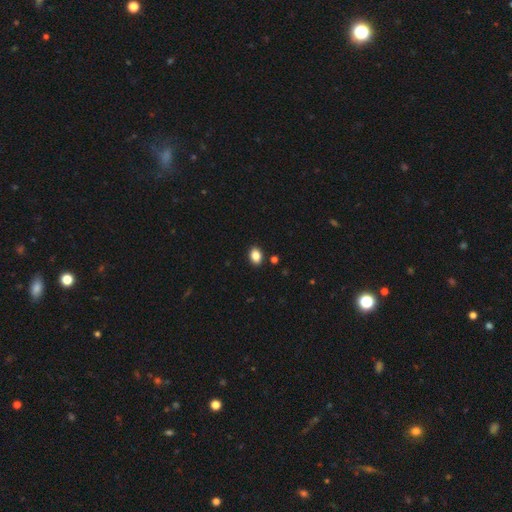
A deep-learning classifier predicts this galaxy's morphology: Smooth or featured?
  - smooth: 86% *
  - star or artifact: 9%
  - featured or disk: 5%
How rounded?
  - in between: 75% *
  - round: 24%
  - cigar-shaped: 1%
Merging?
  - none: 89% *
  - minor disturbance: 7%
  - major disturbance: 2%
  - merger: 2%